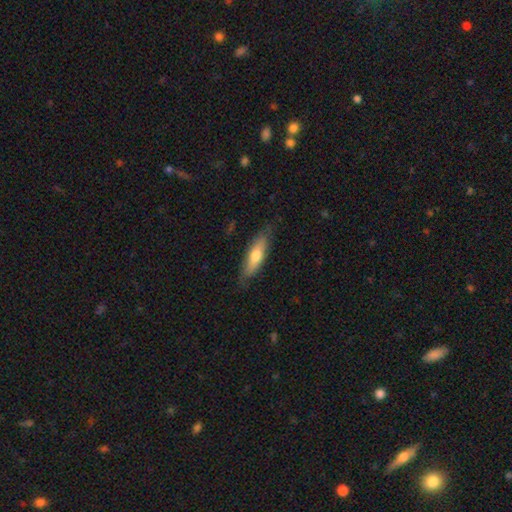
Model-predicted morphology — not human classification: A smooth galaxy with no disk features (63%) that is cigar-shaped (58%). Merging: none (79%).